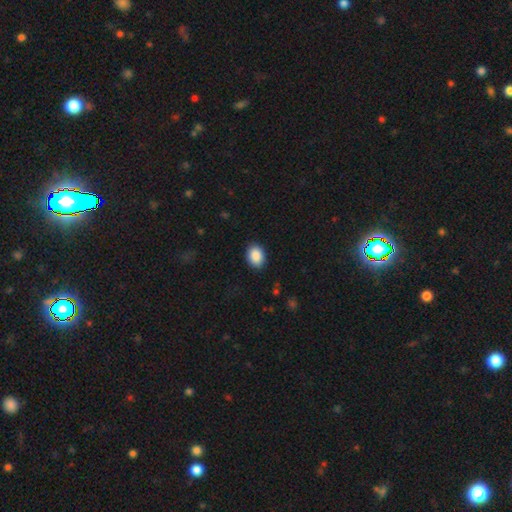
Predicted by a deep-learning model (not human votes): This appears to be a smooth galaxy with no disk features (89%) that is in between round and cigar-shaped (68%). Merging: none (88%).